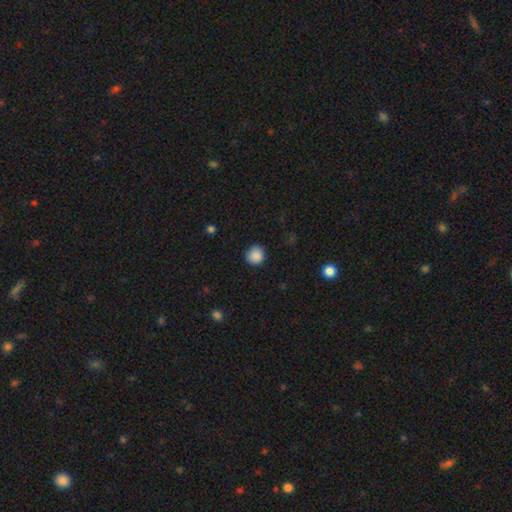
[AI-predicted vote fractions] A smooth galaxy with no disk features (88%) that is round (89%).

Vote fractions:
- Smooth or featured? smooth: 88% / star or artifact: 9% / featured or disk: 3%
- How rounded? round: 89% / in between: 10% / cigar-shaped: 1%
- Merging? none: 86% / minor disturbance: 10% / major disturbance: 2% / merger: 1%